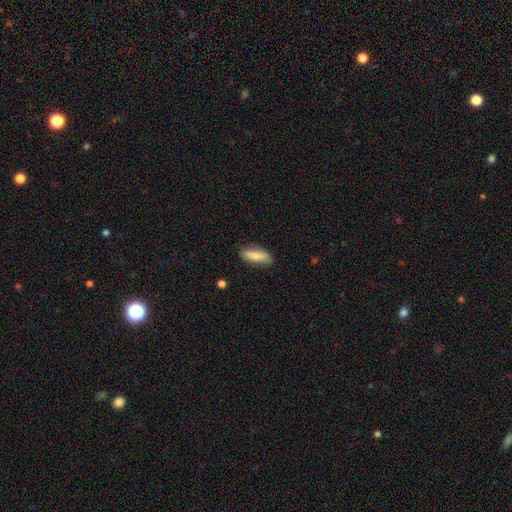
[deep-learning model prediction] A smooth galaxy with no disk features (79%) that is in between round and cigar-shaped (54%). Merging: none (81%).